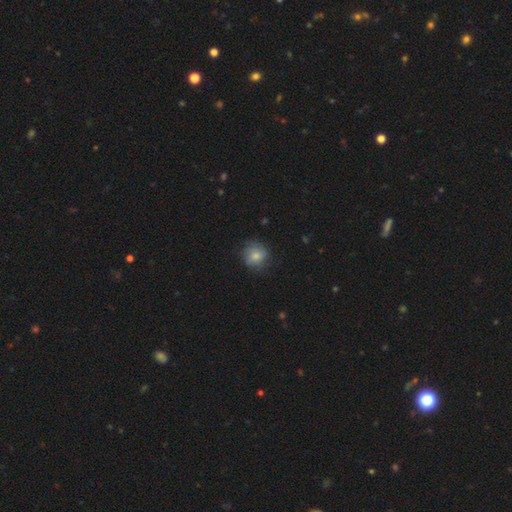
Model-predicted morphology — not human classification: A smooth galaxy with no disk features (75%) that is round (86%). Merging: none (74%).